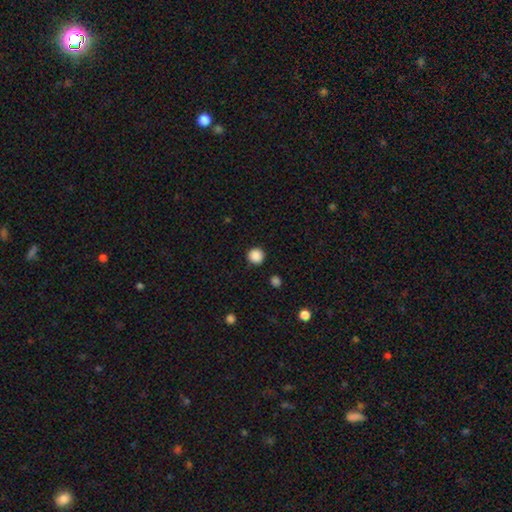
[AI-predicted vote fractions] Smooth or featured: smooth — 87% (star or artifact — 10%)
How rounded: round — 95% (in between — 4%)
Merging: none — 90% (minor disturbance — 6%)